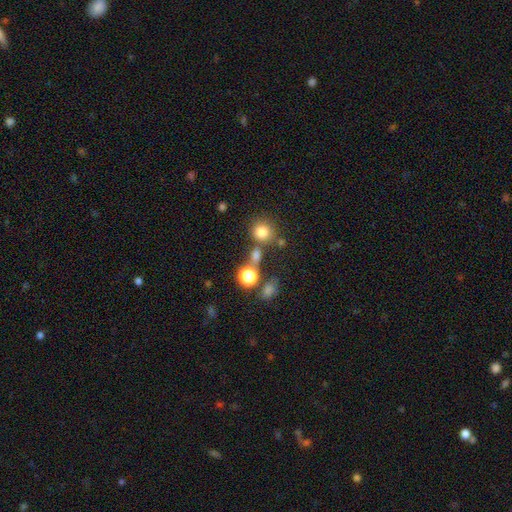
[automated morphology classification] Smooth or featured?
  - smooth: 69% *
  - star or artifact: 23%
  - featured or disk: 8%
How rounded?
  - round: 72% *
  - in between: 26%
  - cigar-shaped: 2%
Merging?
  - none: 59% *
  - merger: 23%
  - minor disturbance: 11%
  - major disturbance: 6%